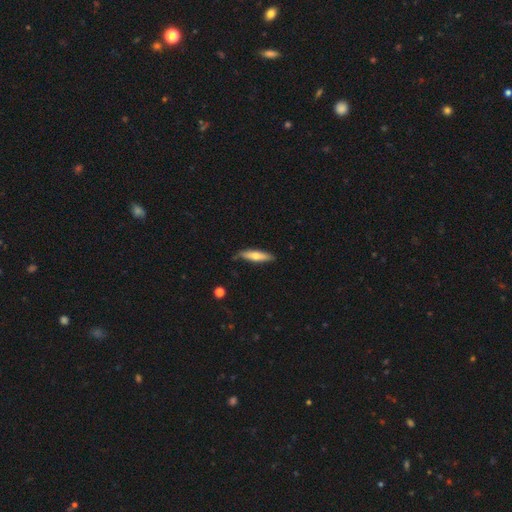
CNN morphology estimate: type=smooth (59%); roundness=cigar-shaped (71%); merging=none (82%).